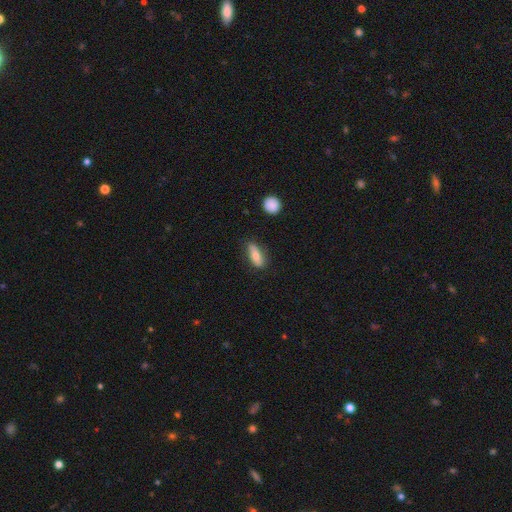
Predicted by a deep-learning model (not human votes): The model was most divided on "how rounded": in between: 67%, cigar-shaped: 29%, round: 4%. More confident: merging — none (74%); smooth or featured — smooth (70%).